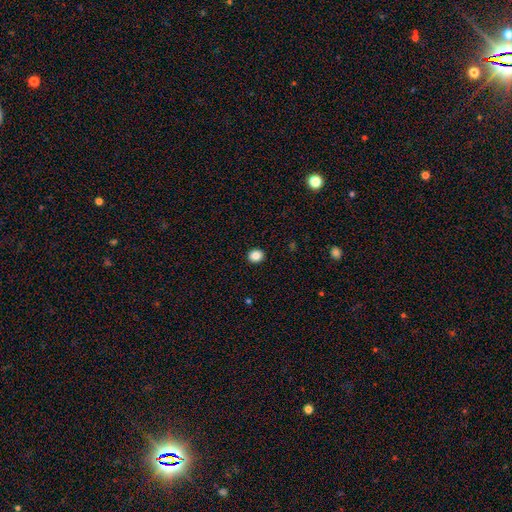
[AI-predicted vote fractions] Smooth or featured: smooth — 87% (star or artifact — 10%)
How rounded: round — 75% (in between — 24%)
Merging: none — 93% (minor disturbance — 5%)